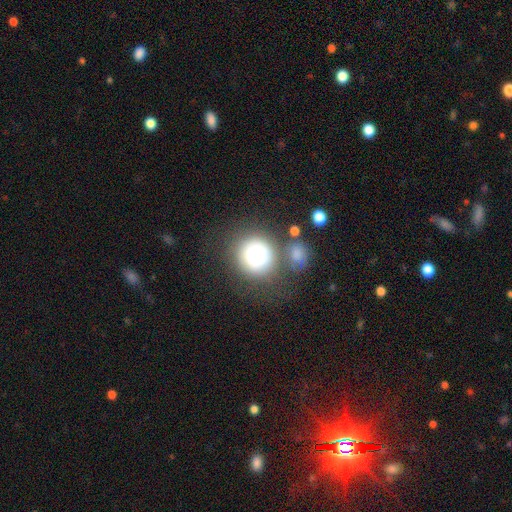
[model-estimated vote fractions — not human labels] smooth_or_featured: smooth (p=0.69) [alt: featured or disk p=0.19]
how_rounded: round (p=0.89) [alt: in between p=0.10]
merging: none (p=0.65) [alt: minor disturbance p=0.13]